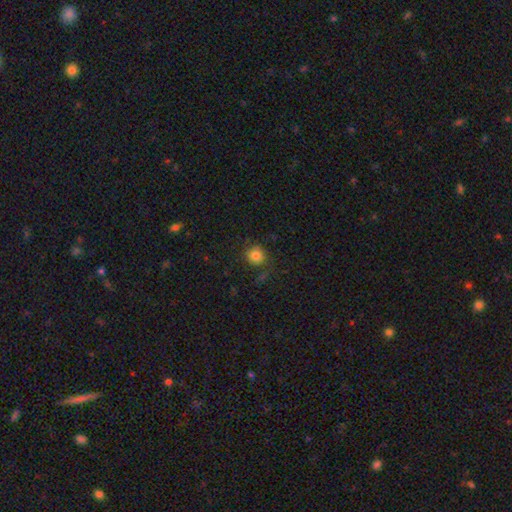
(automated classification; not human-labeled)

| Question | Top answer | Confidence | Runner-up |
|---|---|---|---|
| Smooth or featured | smooth | 81% | star or artifact (12%) |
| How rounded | round | 86% | in between (13%) |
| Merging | none | 76% | minor disturbance (15%) |